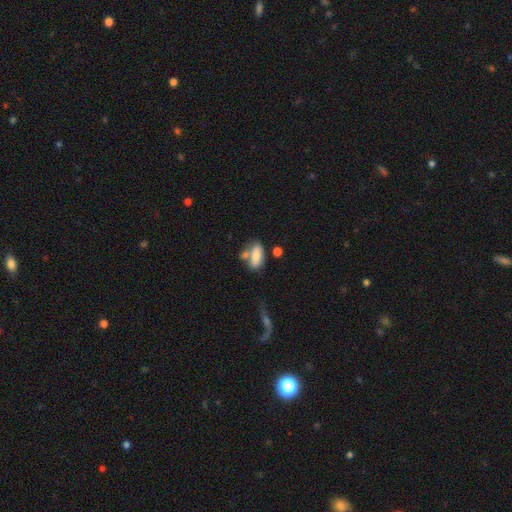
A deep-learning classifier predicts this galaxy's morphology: This is likely a smooth galaxy (80%). How rounded: clearly in between (85%). Merging: possibly none (48%).